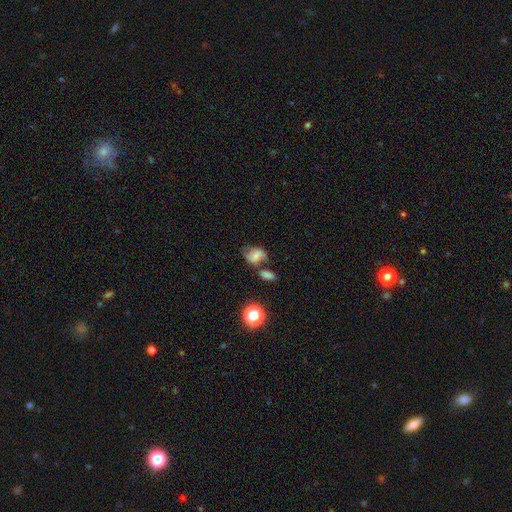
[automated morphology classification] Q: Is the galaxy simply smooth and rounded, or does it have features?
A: smooth — 60%.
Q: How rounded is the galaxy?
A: in between — 67%.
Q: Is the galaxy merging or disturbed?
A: none — 39%.